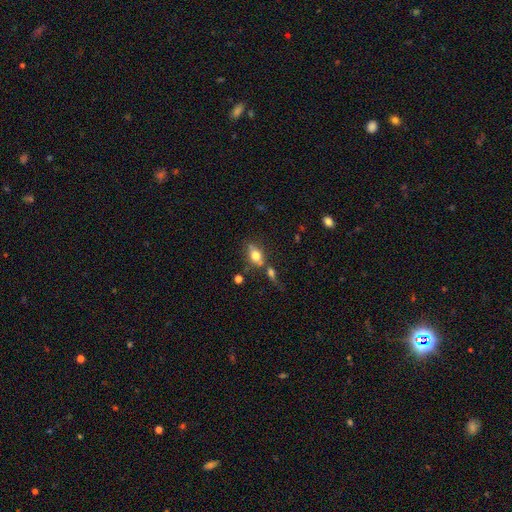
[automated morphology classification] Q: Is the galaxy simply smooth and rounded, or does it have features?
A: smooth — 69%.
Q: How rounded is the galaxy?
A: in between — 77%.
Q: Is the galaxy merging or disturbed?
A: none — 50%.